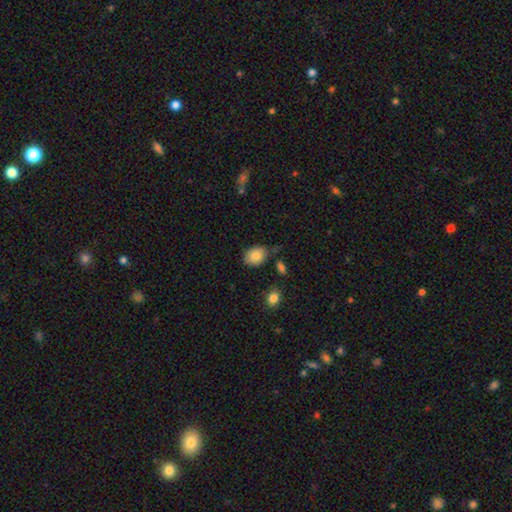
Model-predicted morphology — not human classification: Smooth or featured? Predicted: smooth (p=0.83). How rounded? Predicted: in between (p=0.56). Merging? Predicted: none (p=0.72).